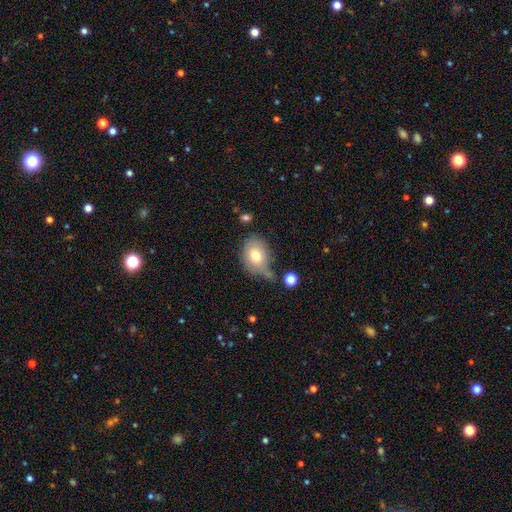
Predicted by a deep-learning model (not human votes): A smooth galaxy with no disk features (73%) that is in between round and cigar-shaped (69%). Merging: none (45%).